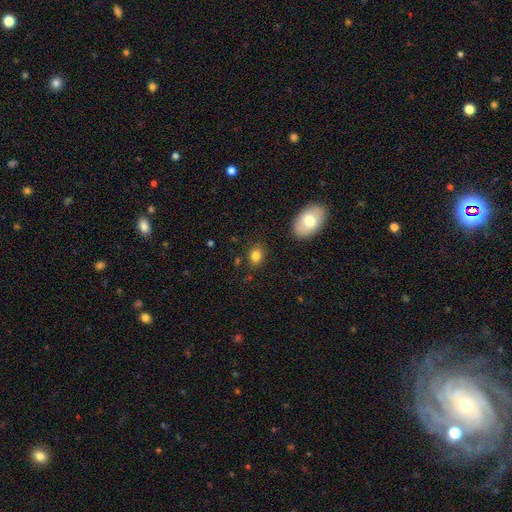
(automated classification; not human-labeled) Smooth or featured? Predicted: smooth (p=0.82). How rounded? Predicted: in between (p=0.57). Merging? Predicted: none (p=0.82).